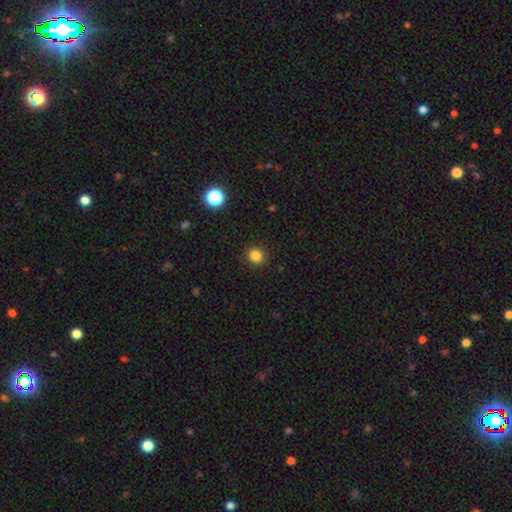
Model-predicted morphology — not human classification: This appears to be a smooth galaxy with no disk features (84%) that is round (91%). Merging: none (91%).